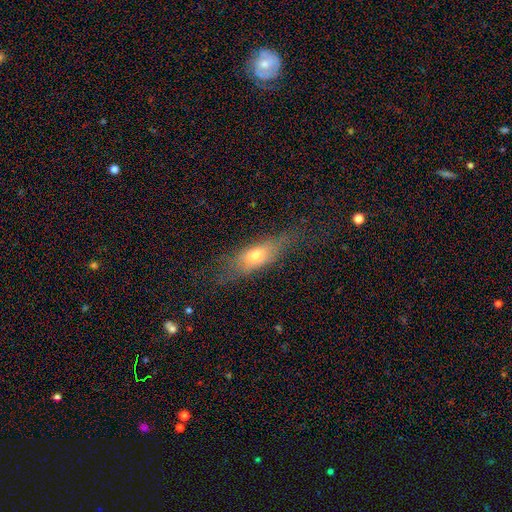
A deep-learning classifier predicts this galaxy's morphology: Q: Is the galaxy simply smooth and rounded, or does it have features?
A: smooth — 60%.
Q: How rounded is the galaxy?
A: in between — 58%.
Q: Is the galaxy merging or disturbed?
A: none — 60%.